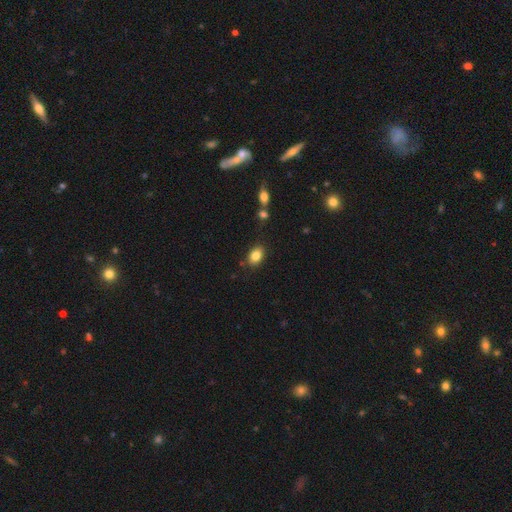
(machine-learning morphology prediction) The model was most divided on "how rounded": in between: 78%, round: 20%, cigar-shaped: 1%. More confident: smooth or featured — smooth (84%); merging — none (81%).